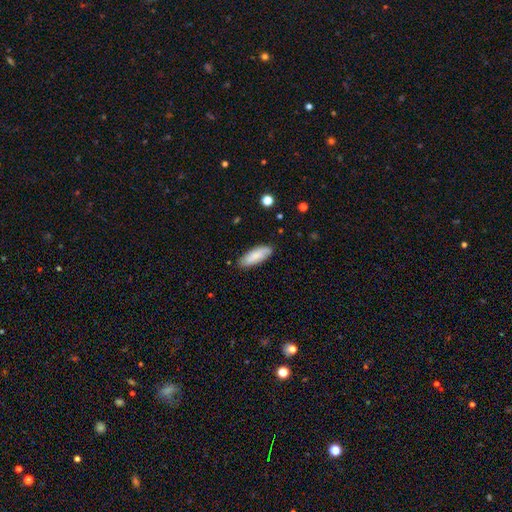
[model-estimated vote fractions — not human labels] A smooth galaxy with no disk features (81%) that is in between round and cigar-shaped (68%). Merging: none (83%).